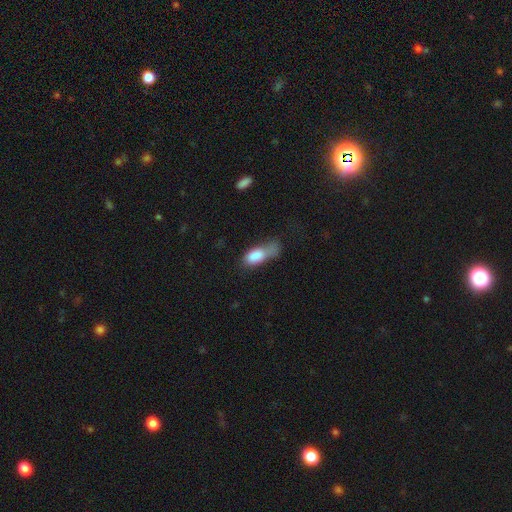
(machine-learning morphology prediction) Smooth or featured? smooth (79%)
How rounded? in between (82%)
Merging? major disturbance (37%)